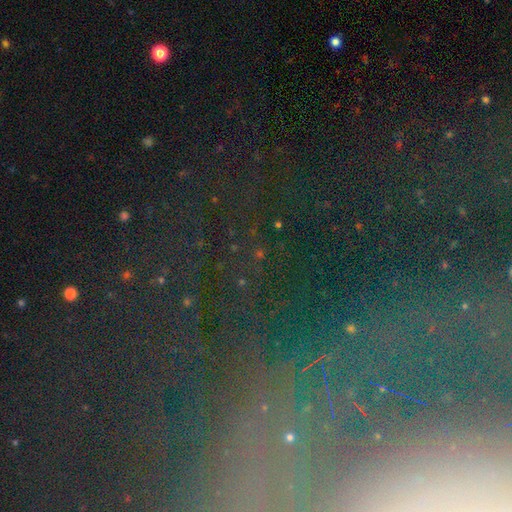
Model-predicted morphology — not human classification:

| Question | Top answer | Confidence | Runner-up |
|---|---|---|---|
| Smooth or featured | star or artifact | 56% | featured or disk (28%) |